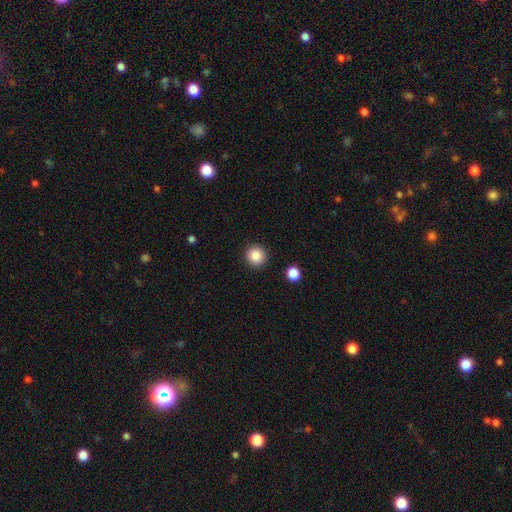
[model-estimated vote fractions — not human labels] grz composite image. It shows a smooth galaxy with no disk features (87%) that is round (95%). Merging: none (91%).